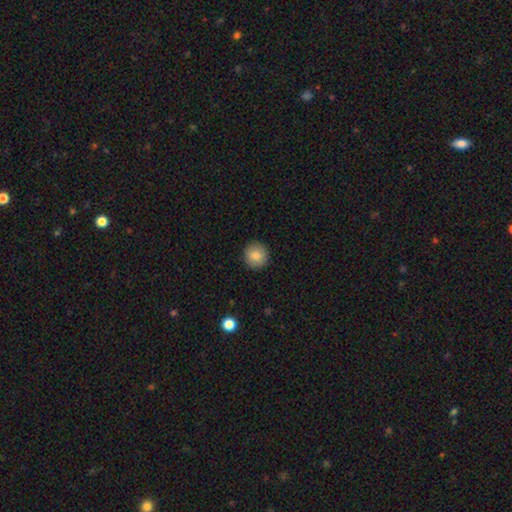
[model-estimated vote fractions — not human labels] A smooth galaxy with no disk features (83%) that is round (94%). Merging: none (91%).